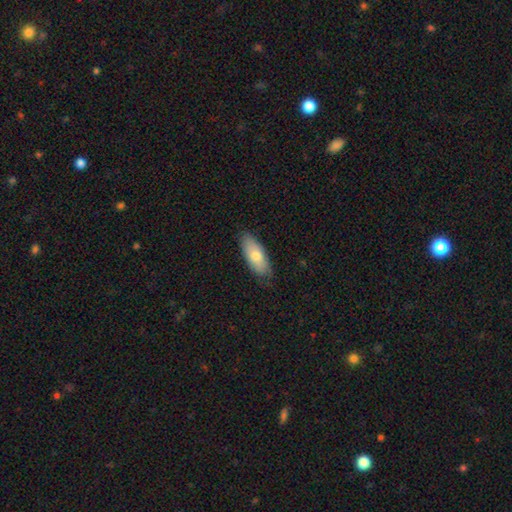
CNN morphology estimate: Smooth or featured?
  - smooth: 75% *
  - featured or disk: 19%
  - star or artifact: 6%
How rounded?
  - in between: 82% *
  - cigar-shaped: 16%
  - round: 2%
Merging?
  - none: 80% *
  - minor disturbance: 16%
  - major disturbance: 3%
  - merger: 1%